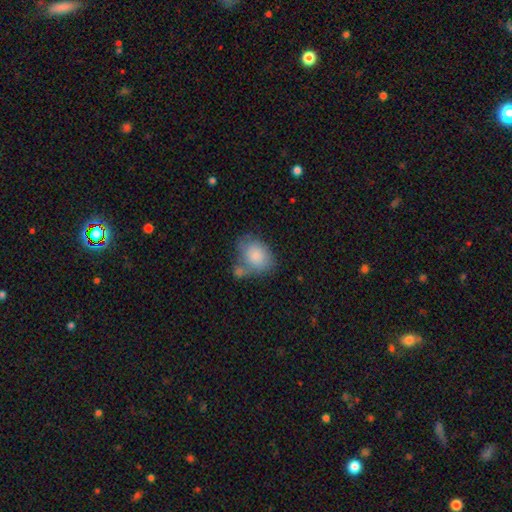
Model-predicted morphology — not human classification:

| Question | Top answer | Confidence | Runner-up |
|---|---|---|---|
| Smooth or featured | smooth | 83% | featured or disk (10%) |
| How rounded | in between | 69% | round (30%) |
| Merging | none | 42% | merger (26%) |